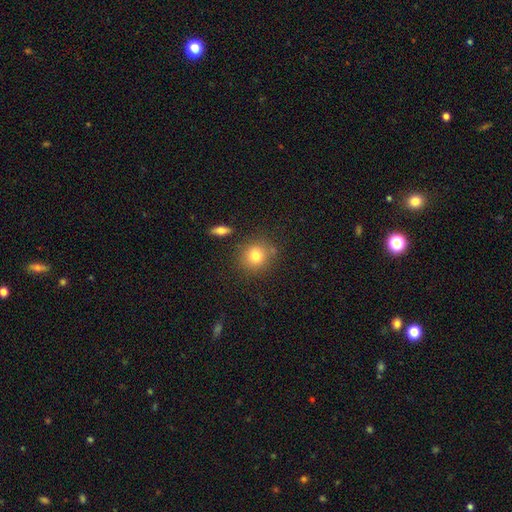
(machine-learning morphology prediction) The model was most divided on "smooth or featured": smooth: 78%, star or artifact: 12%, featured or disk: 10%. More confident: how rounded — round (86%); merging — none (79%).